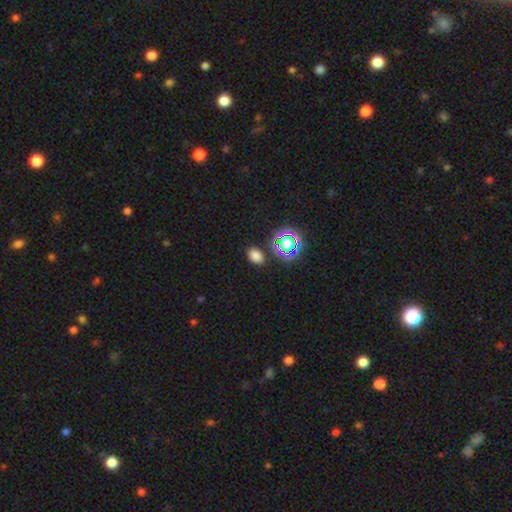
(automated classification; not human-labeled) A smooth galaxy with no disk features (74%) that is in between round and cigar-shaped (78%).

Vote fractions:
- Smooth or featured? smooth: 74% / star or artifact: 21% / featured or disk: 5%
- How rounded? in between: 78% / round: 20% / cigar-shaped: 1%
- Merging? none: 83% / minor disturbance: 10% / merger: 4% / major disturbance: 3%